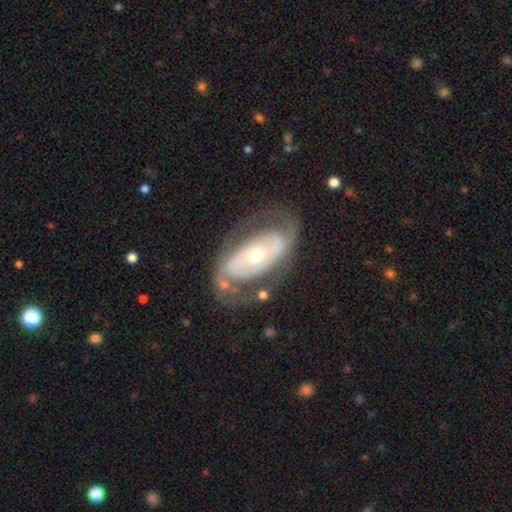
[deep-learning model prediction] Smooth or featured: featured or disk — 76% (smooth — 19%)
Edge-on disk: no — 93% (yes — 7%)
Bar: no — 61% (weak — 22%)
Spiral arms: yes — 59% (no — 41%)
Bulge size: moderate — 62% (small — 29%)
Merging: none — 66% (minor disturbance — 17%)